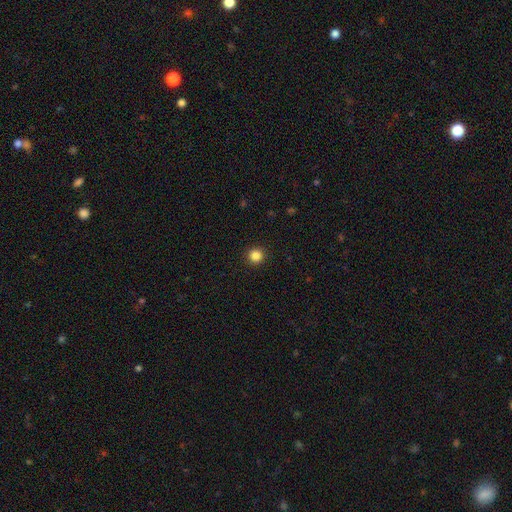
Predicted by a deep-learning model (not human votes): Overall: smooth (85%). How rounded: round (95%). Merging: none (93%).